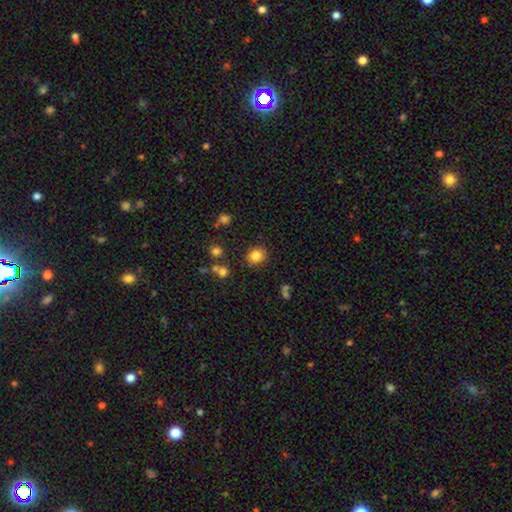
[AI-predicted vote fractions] Q: Smooth or featured?
A: smooth (83%); runner-up: star or artifact (11%)
Q: How rounded?
A: round (76%); runner-up: in between (23%)
Q: Merging?
A: none (84%); runner-up: minor disturbance (9%)